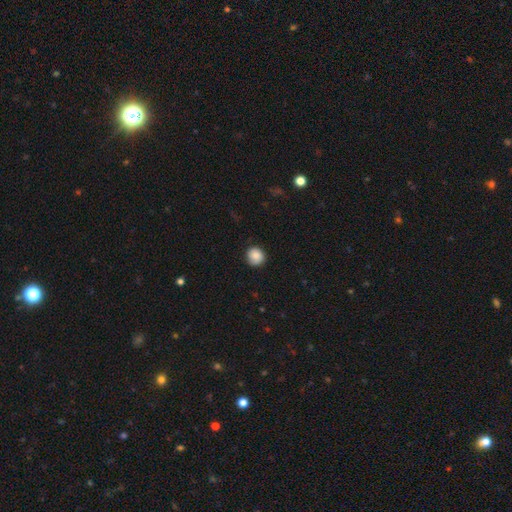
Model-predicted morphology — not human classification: This is clearly a smooth galaxy (83%). How rounded: clearly round (91%). Merging: clearly none (84%).